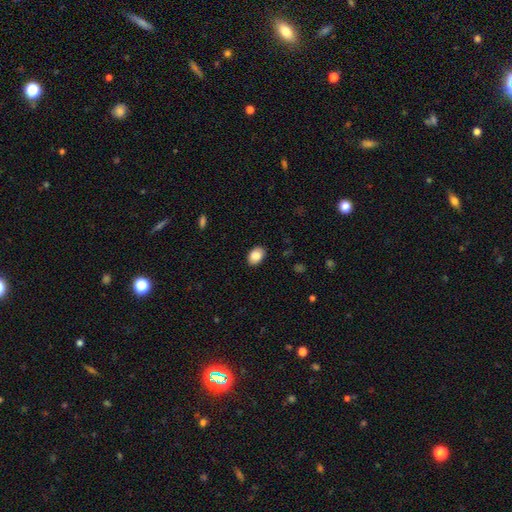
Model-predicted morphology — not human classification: smooth_or_featured: smooth (p=0.87) [alt: star or artifact p=0.07]
how_rounded: in between (p=0.83) [alt: round p=0.16]
merging: none (p=0.88) [alt: minor disturbance p=0.09]